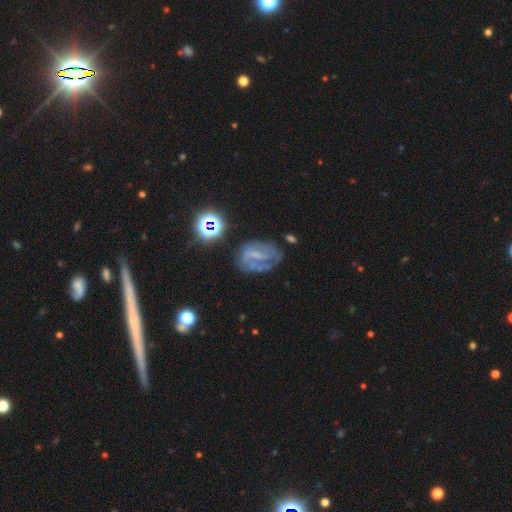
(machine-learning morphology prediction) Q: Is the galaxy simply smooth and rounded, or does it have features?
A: featured or disk — 60%.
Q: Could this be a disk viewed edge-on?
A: no — 96%.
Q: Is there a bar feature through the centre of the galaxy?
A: weak — 42%.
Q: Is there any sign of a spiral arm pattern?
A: yes — 59%.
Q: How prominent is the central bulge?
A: none — 44%.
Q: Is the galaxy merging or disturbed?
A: none — 52%.